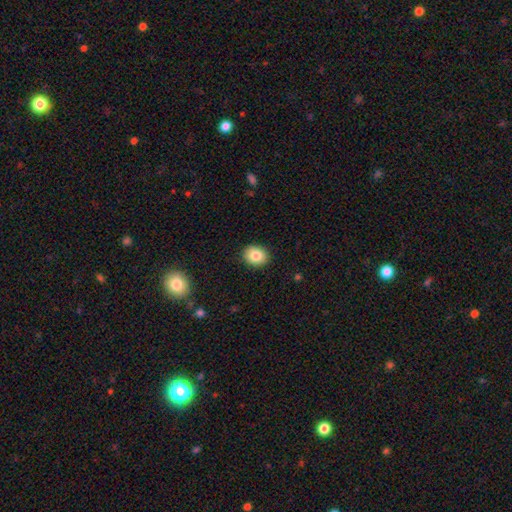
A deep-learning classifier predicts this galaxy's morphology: type=smooth (83%); roundness=round (56%); merging=none (89%).